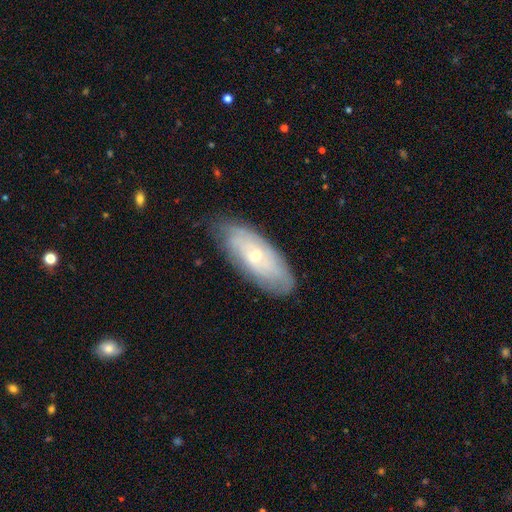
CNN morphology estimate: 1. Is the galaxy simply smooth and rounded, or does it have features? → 59% featured or disk, 34% smooth, 7% star or artifact.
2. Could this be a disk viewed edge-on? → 82% no, 18% yes.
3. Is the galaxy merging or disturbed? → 75% none, 20% minor disturbance, 4% major disturbance, 1% merger.